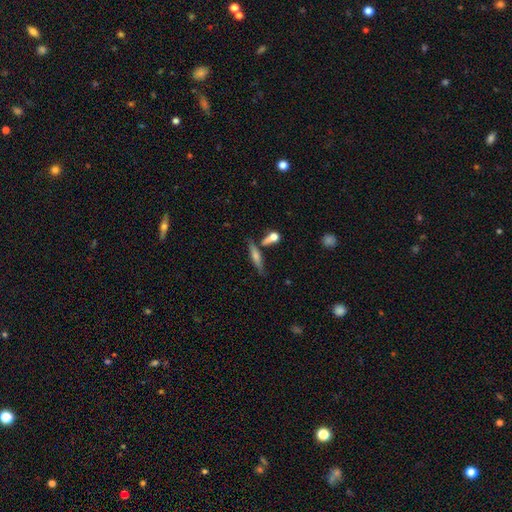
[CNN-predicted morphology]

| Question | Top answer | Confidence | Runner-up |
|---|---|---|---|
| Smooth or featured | smooth | 50% | featured or disk (41%) |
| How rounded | cigar-shaped | 76% | in between (21%) |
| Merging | none | 61% | merger (18%) |